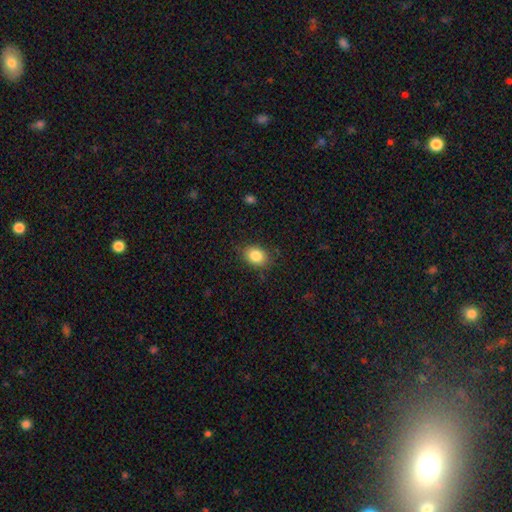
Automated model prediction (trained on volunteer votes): This appears to be a smooth galaxy with no disk features (85%) that is in between round and cigar-shaped (61%). Merging: none (84%).